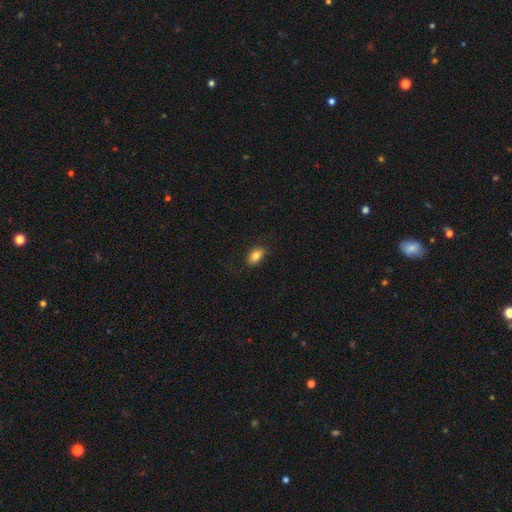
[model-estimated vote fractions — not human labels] Morphology: type=smooth (82%); roundness=in between (89%); merging=none (86%).